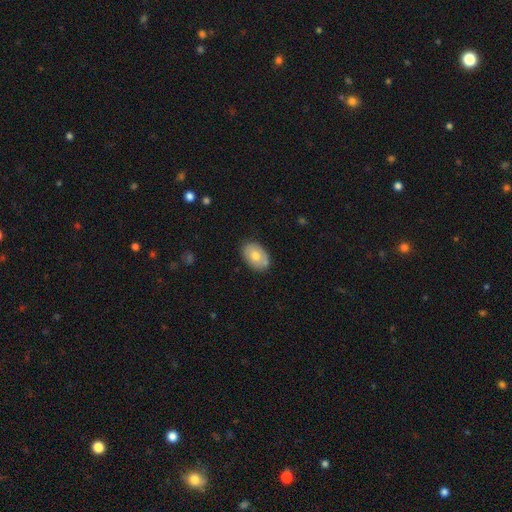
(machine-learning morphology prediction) smooth 71%, featured or disk 23%, star or artifact 7%. Down the decision tree: how rounded — in between (87%); merging — none (77%).